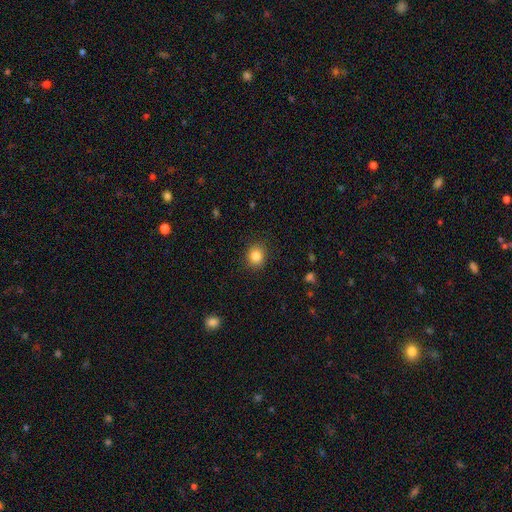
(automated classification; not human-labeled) Smooth or featured: smooth — 84% (star or artifact — 10%)
How rounded: round — 75% (in between — 24%)
Merging: none — 88% (minor disturbance — 8%)